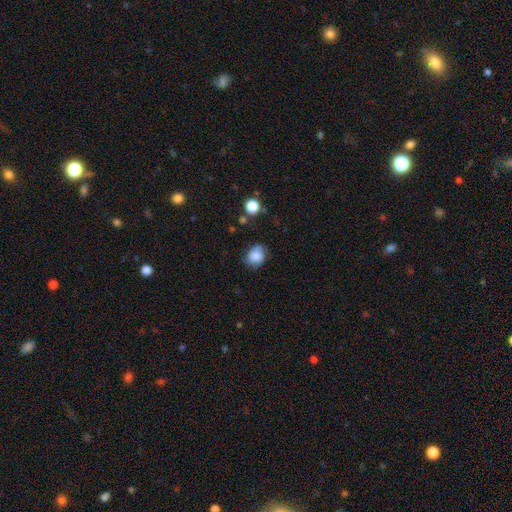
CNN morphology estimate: smooth-or-featured: smooth: 83% | star or artifact: 9% | featured or disk: 8%
  how-rounded: round: 63% | in between: 36% | cigar-shaped: 1%
  merging: none: 72% | minor disturbance: 21% | major disturbance: 5% | merger: 2%